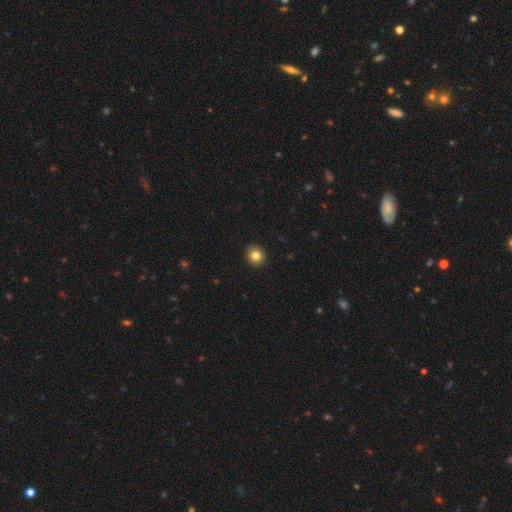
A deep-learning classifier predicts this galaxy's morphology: Q: Smooth or featured?
A: smooth (82%); runner-up: star or artifact (10%)
Q: How rounded?
A: round (79%); runner-up: in between (20%)
Q: Merging?
A: none (91%); runner-up: minor disturbance (7%)